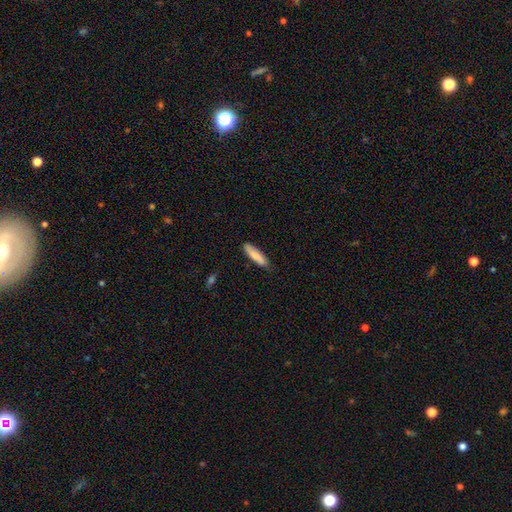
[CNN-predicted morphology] type=smooth (80%); roundness=cigar-shaped (78%); merging=none (82%).